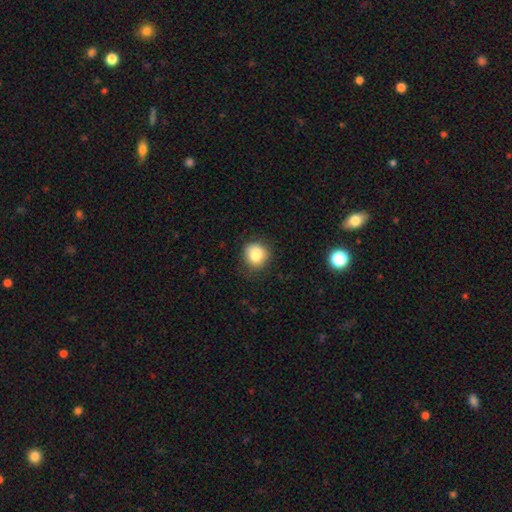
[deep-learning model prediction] Morphology: type=smooth (83%); roundness=round (83%); merging=none (81%).